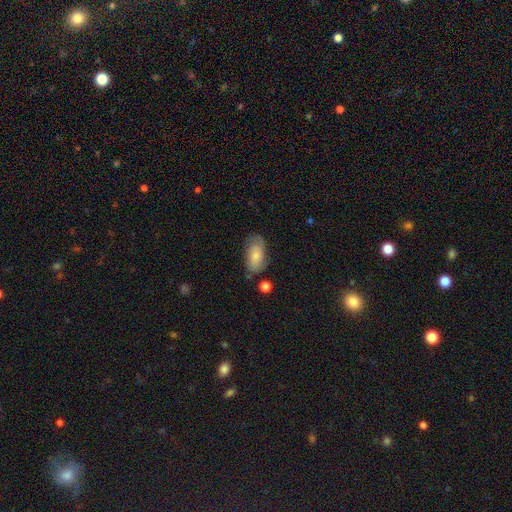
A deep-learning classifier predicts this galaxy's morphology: Smooth or featured?
  - smooth: 68% *
  - featured or disk: 25%
  - star or artifact: 7%
How rounded?
  - in between: 92% *
  - round: 5%
  - cigar-shaped: 4%
Merging?
  - none: 62% *
  - minor disturbance: 26%
  - major disturbance: 9%
  - merger: 4%